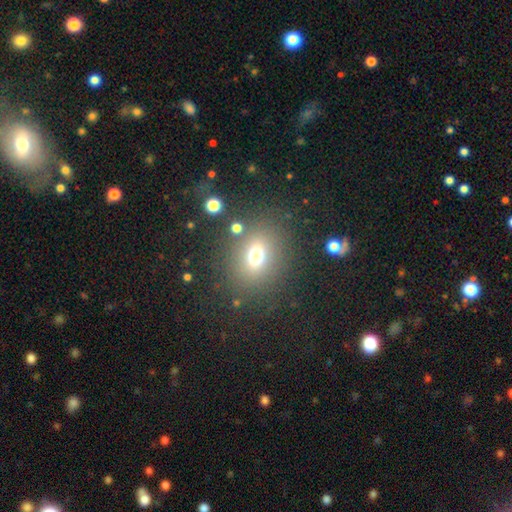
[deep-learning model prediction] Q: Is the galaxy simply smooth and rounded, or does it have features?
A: smooth — 68%.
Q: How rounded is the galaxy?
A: round — 52%.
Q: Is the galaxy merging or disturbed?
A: none — 77%.